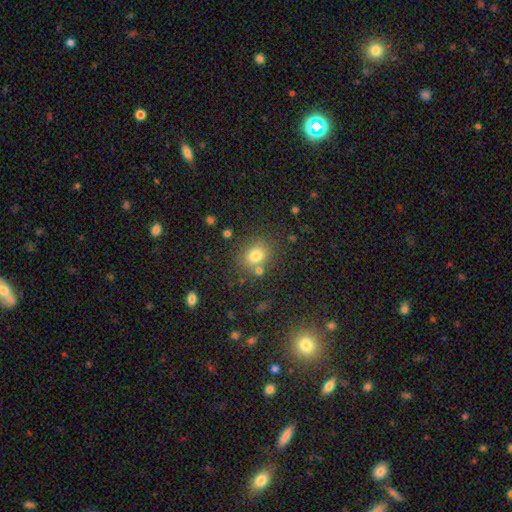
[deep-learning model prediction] Overall: smooth (76%). How rounded: round (57%; in between 42%). Merging: none (71%).